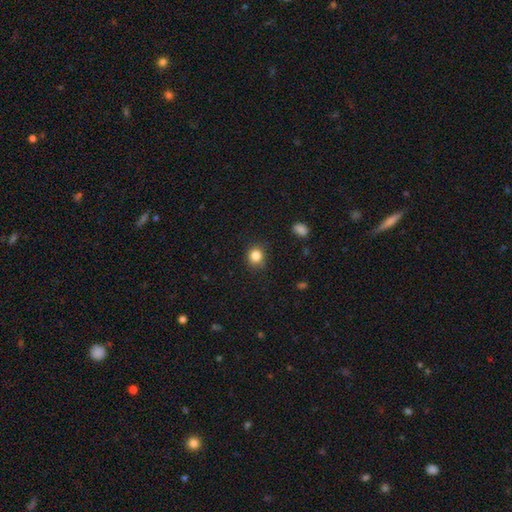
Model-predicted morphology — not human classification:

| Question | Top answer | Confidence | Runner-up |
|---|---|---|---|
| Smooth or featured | smooth | 84% | star or artifact (11%) |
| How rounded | round | 81% | in between (18%) |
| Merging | none | 82% | minor disturbance (13%) |